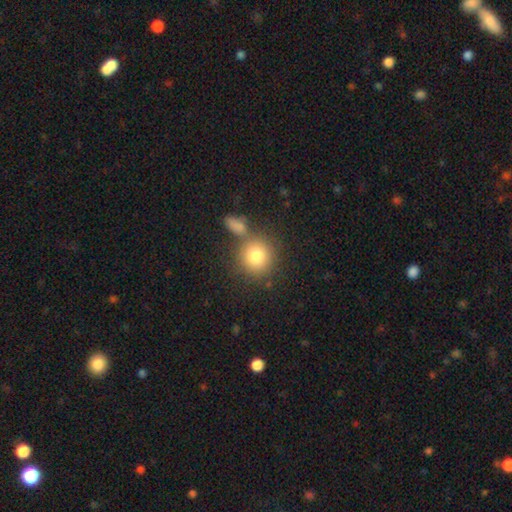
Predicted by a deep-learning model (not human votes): Smooth or featured? smooth (79%)
How rounded? round (89%)
Merging? none (66%)